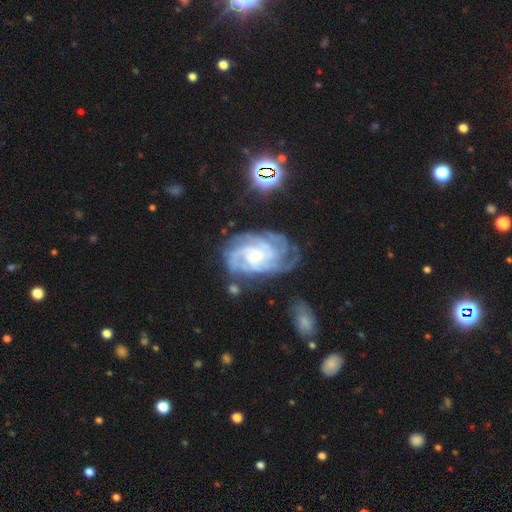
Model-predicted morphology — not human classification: smooth-or-featured: featured or disk: 87% | smooth: 7% | star or artifact: 6%
  disk-edge-on: no: 97% | yes: 3%
    bar: no: 66% | weak: 28% | strong: 6%
    has-spiral-arms: yes: 97% | no: 3%
      spiral-winding: tight: 64% | medium: 30% | loose: 6%
      spiral-arm-count: can't tell: 27% | 4: 25% | 3: 21% | 2: 11% | more than 4: 9% | 1: 6%
    bulge-size: small: 55% | moderate: 35% | none: 5% | large: 4% | dominant: 1%
  merging: none: 62% | minor disturbance: 22% | major disturbance: 12% | merger: 4%